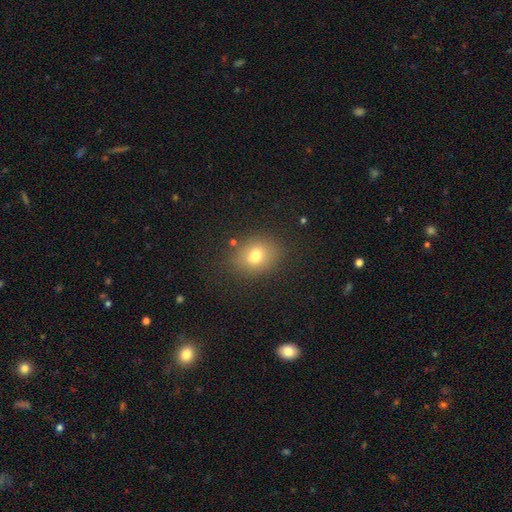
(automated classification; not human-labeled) A smooth galaxy with no disk features (73%) that is round (53%). Merging: none (82%).